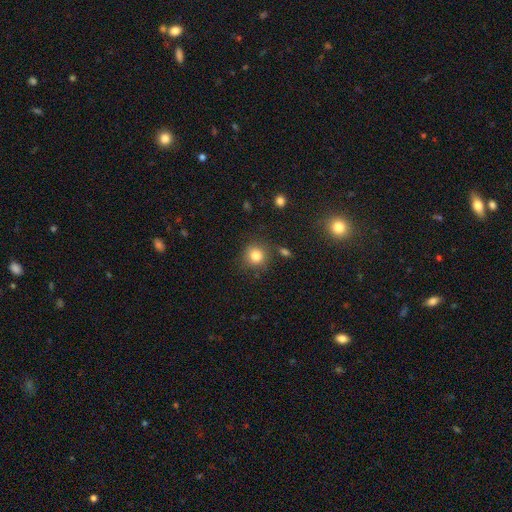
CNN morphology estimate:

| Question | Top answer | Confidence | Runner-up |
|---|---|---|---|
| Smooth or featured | smooth | 83% | star or artifact (11%) |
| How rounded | round | 90% | in between (9%) |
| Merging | none | 81% | minor disturbance (11%) |